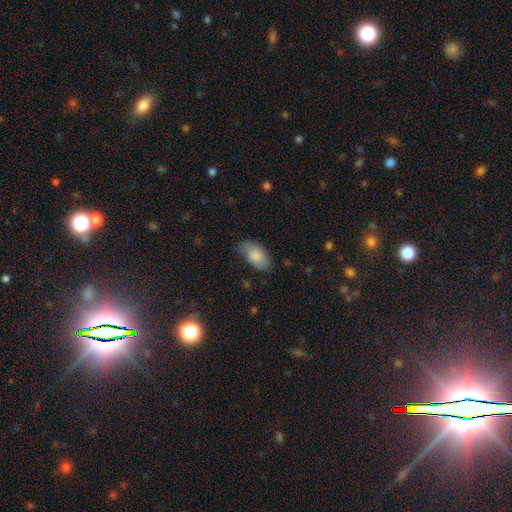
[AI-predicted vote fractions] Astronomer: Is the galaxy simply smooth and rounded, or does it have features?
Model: smooth — 82%.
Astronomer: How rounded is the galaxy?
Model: in between — 94%.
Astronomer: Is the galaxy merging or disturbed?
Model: none — 67%.